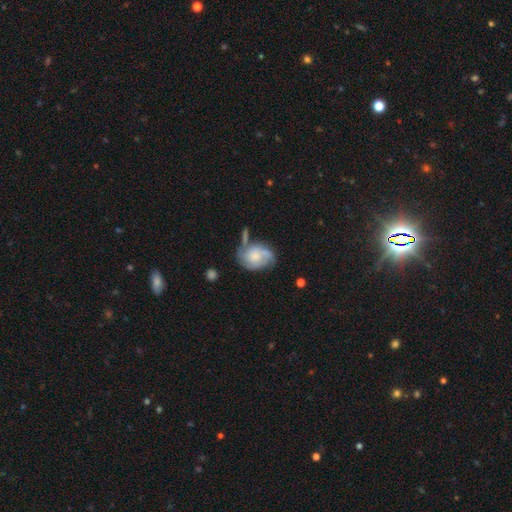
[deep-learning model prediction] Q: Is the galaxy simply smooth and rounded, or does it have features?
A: featured or disk — 63%.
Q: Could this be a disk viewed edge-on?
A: no — 97%.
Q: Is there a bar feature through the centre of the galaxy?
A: no — 74%.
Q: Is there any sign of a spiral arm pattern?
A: yes — 86%.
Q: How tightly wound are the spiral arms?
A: tight — 42%.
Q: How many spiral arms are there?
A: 2 — 40%.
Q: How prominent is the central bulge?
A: moderate — 38%.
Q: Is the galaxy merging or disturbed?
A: none — 46%.